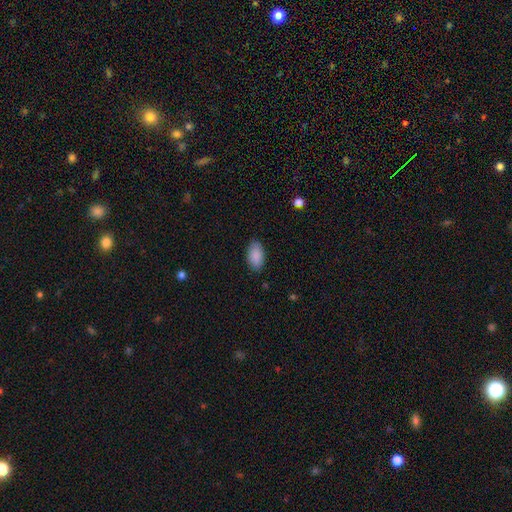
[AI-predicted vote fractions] This appears to be a smooth galaxy with no disk features (89%) that is in between round and cigar-shaped (95%). Merging: none (86%).